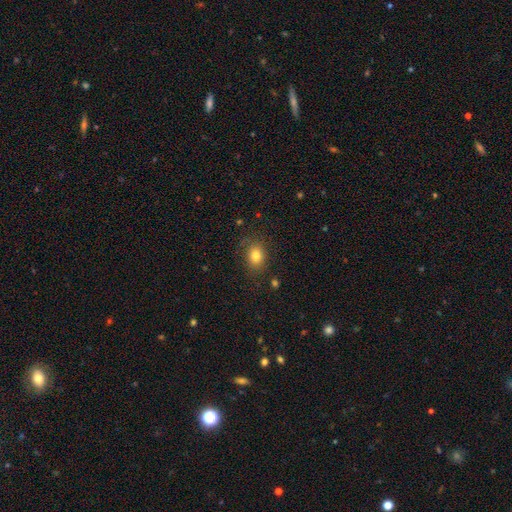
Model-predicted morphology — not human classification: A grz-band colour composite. It shows a smooth galaxy with no disk features (80%) that is in between round and cigar-shaped (56%). Merging: none (79%).